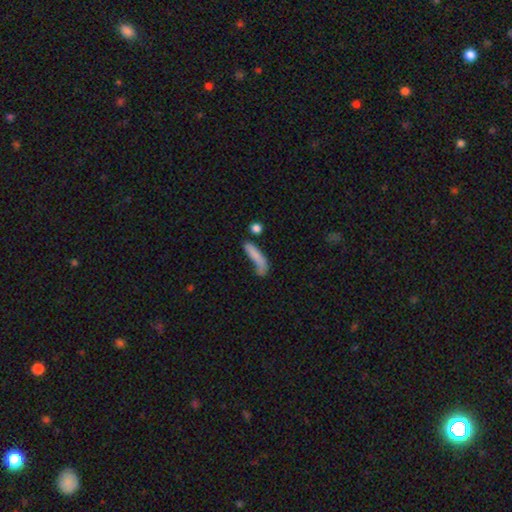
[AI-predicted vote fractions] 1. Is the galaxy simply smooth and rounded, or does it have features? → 75% smooth, 15% featured or disk, 9% star or artifact.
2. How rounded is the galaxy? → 72% cigar-shaped, 24% in between, 3% round.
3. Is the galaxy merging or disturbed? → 40% none, 24% minor disturbance, 21% major disturbance, 15% merger.